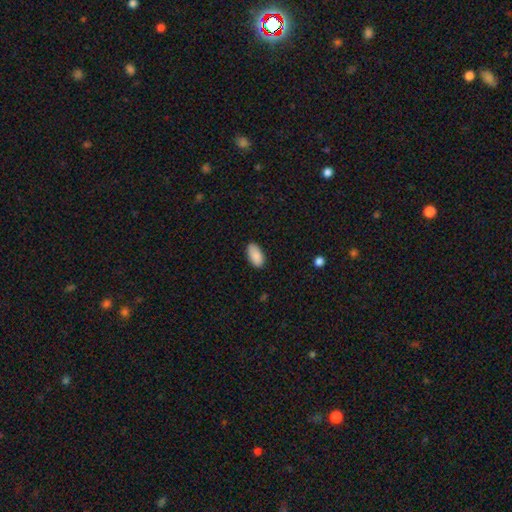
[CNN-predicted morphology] Smooth or featured? Predicted: smooth (p=0.89). How rounded? Predicted: in between (p=0.94). Merging? Predicted: none (p=0.85).